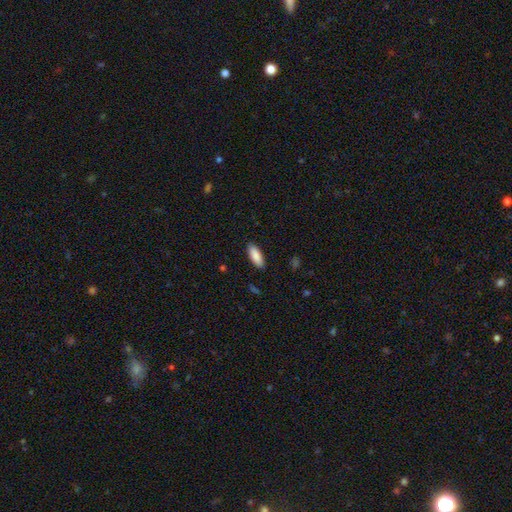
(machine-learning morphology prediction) Smooth or featured? Predicted: smooth (p=0.89). How rounded? Predicted: in between (p=0.74). Merging? Predicted: none (p=0.88).